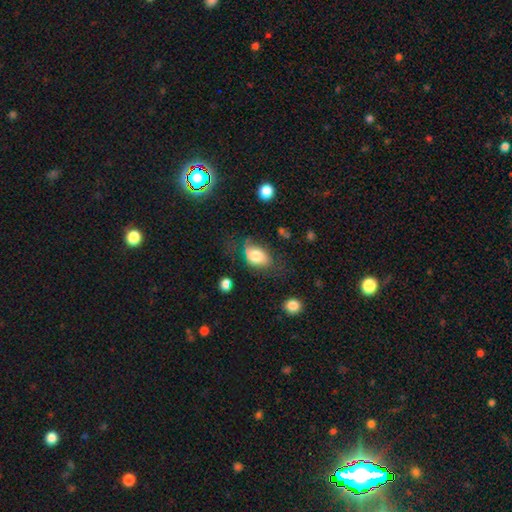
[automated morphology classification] smooth_or_featured: smooth (p=0.75) [alt: featured or disk p=0.16]
how_rounded: in between (p=0.84) [alt: round p=0.14]
merging: none (p=0.50) [alt: minor disturbance p=0.29]